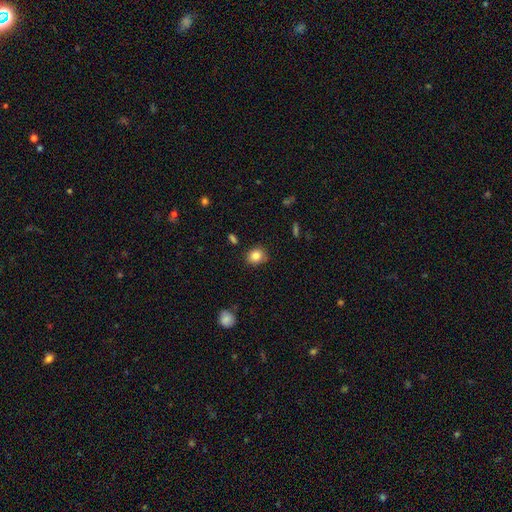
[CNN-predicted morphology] Smooth or featured? smooth (84%)
How rounded? round (69%)
Merging? none (83%)